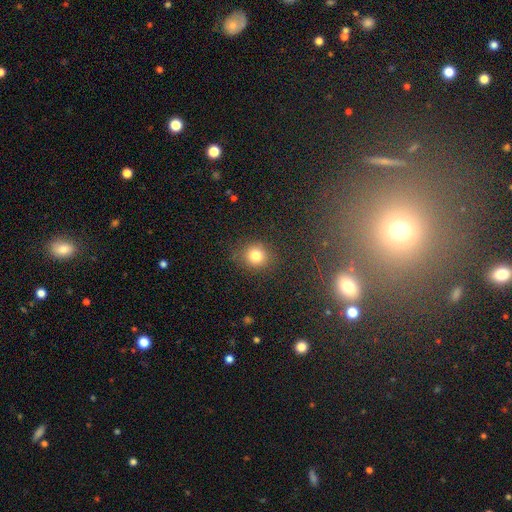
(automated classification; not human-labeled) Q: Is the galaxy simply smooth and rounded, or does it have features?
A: smooth — 79%.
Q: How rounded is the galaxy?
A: round — 88%.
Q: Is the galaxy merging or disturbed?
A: none — 85%.